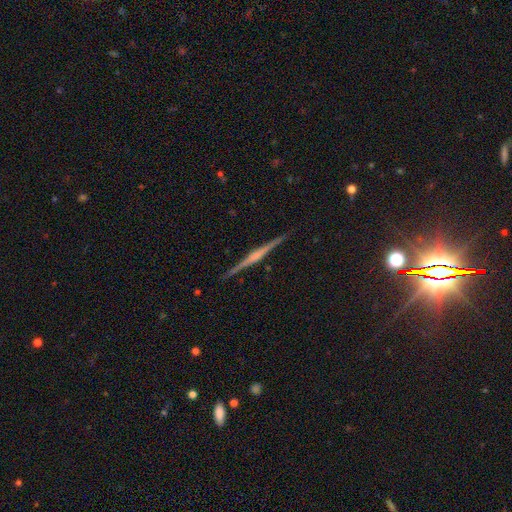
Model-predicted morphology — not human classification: smooth-or-featured: featured or disk: 81% | smooth: 12% | star or artifact: 6%
  disk-edge-on: yes: 99% | no: 1%
    edge-on-bulge: rounded: 64% | boxy: 19% | none: 17%
  merging: none: 92% | minor disturbance: 6% | major disturbance: 1% | merger: 1%